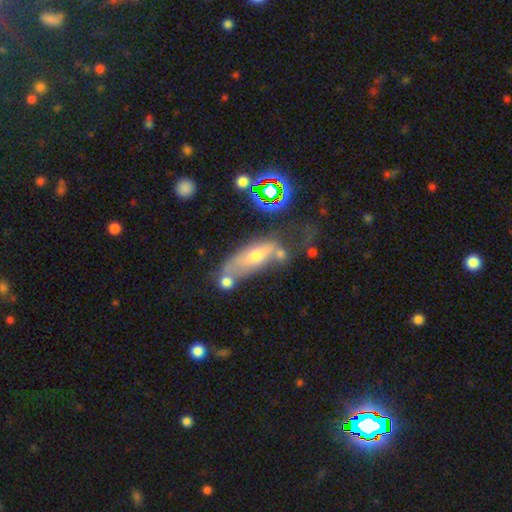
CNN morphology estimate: This appears to be a featured or disk galaxy (47%). Merging: none (31%).